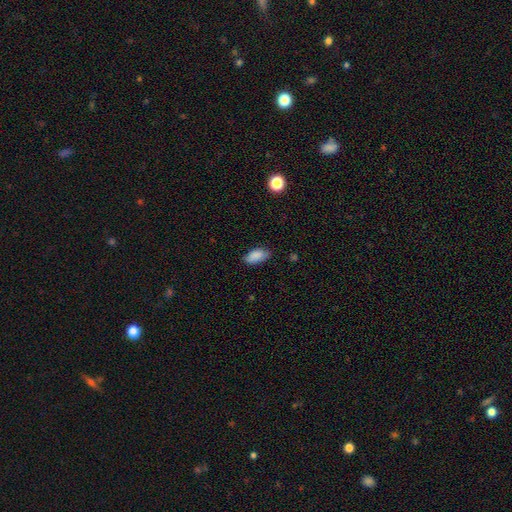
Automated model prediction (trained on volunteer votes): smooth-or-featured: smooth: 88% | star or artifact: 7% | featured or disk: 5%
  how-rounded: in between: 92% | cigar-shaped: 5% | round: 3%
  merging: none: 76% | minor disturbance: 19% | major disturbance: 3% | merger: 1%